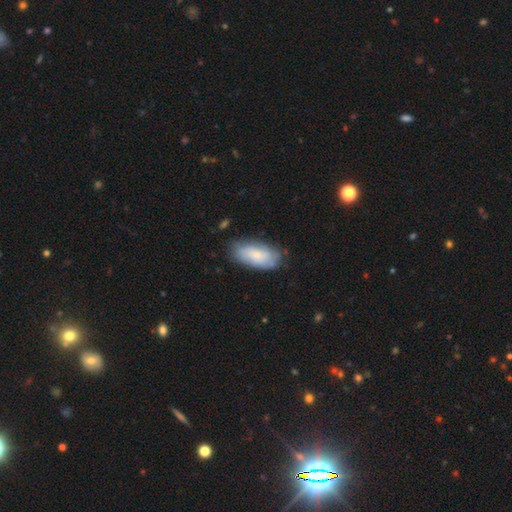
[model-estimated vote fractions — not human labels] Q: Smooth or featured?
A: smooth (63%); runner-up: featured or disk (31%)
Q: How rounded?
A: in between (90%); runner-up: cigar-shaped (7%)
Q: Merging?
A: none (71%); runner-up: minor disturbance (22%)